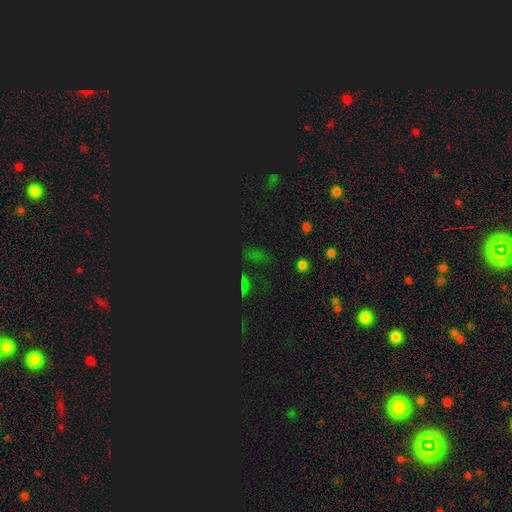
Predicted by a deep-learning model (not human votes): A star or artifact, not a galaxy (66%).